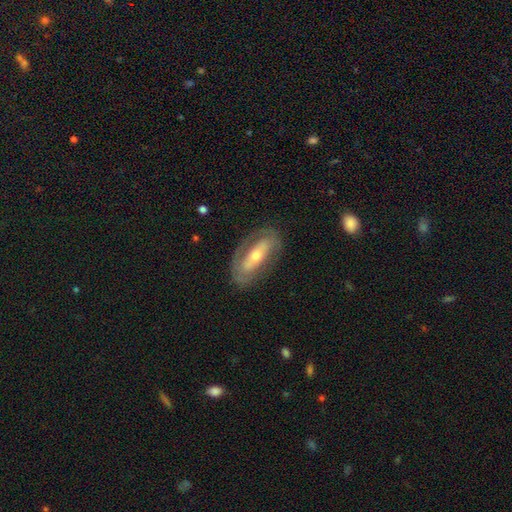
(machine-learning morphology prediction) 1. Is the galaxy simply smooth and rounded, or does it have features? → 70% featured or disk, 21% smooth, 9% star or artifact.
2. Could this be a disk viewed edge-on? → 79% no, 21% yes.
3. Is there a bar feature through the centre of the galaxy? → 38% strong, 31% no, 31% weak.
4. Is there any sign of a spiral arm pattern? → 66% yes, 34% no.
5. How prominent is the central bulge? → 56% moderate, 38% small, 3% large, 1% none, 1% dominant.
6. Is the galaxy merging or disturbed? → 79% none, 14% minor disturbance, 5% major disturbance, 1% merger.